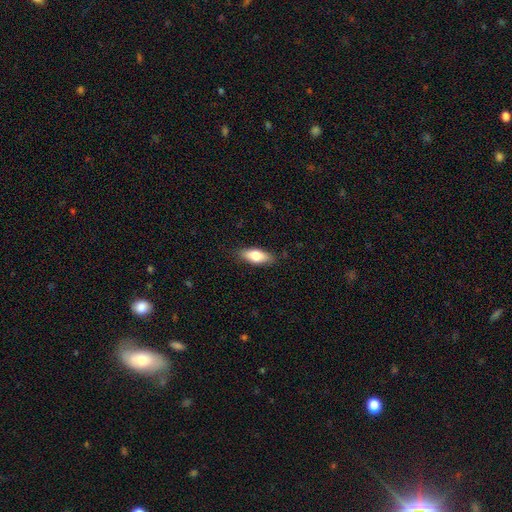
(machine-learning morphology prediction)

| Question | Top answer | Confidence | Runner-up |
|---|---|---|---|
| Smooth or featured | smooth | 76% | featured or disk (17%) |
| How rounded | in between | 76% | cigar-shaped (21%) |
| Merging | none | 84% | minor disturbance (12%) |